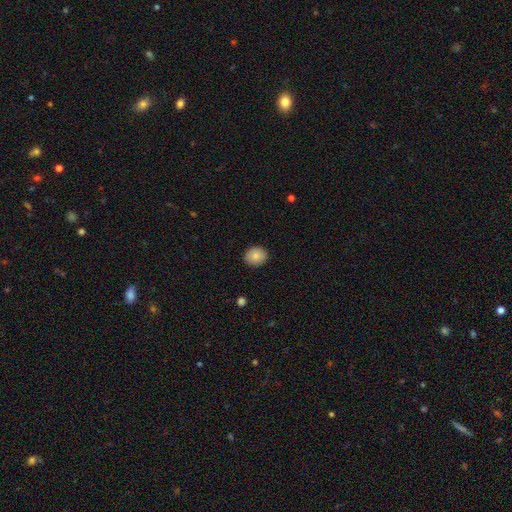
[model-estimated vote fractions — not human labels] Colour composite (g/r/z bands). It shows a smooth galaxy with no disk features (85%) that is round (74%). Merging: none (90%).